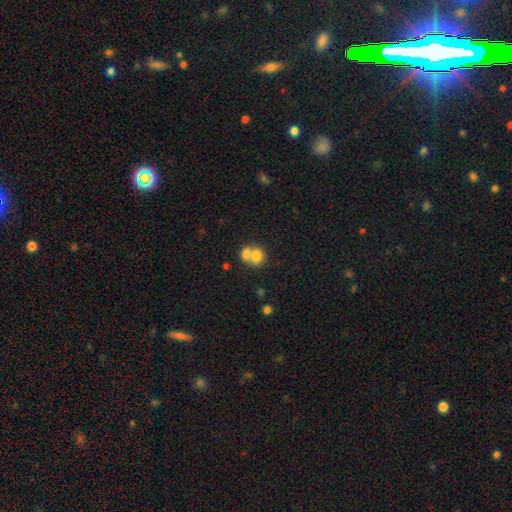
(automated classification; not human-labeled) smooth_or_featured: smooth (p=0.75) [alt: featured or disk p=0.16]
how_rounded: round (p=0.65) [alt: in between p=0.34]
merging: merger (p=0.64) [alt: none p=0.26]